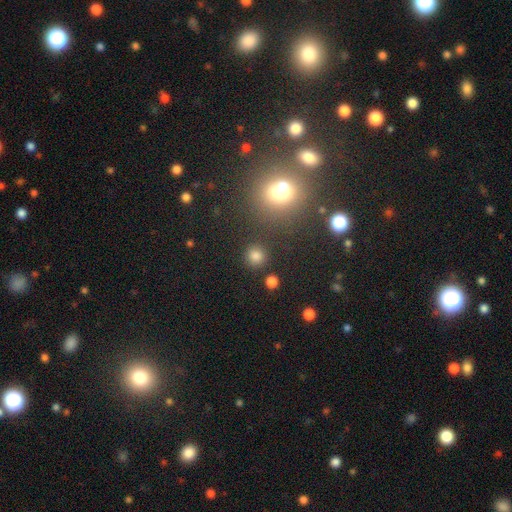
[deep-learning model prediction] smooth-or-featured: smooth: 76% | star or artifact: 19% | featured or disk: 5%
  how-rounded: round: 92% | in between: 7% | cigar-shaped: 1%
  merging: none: 88% | minor disturbance: 6% | merger: 3% | major disturbance: 3%